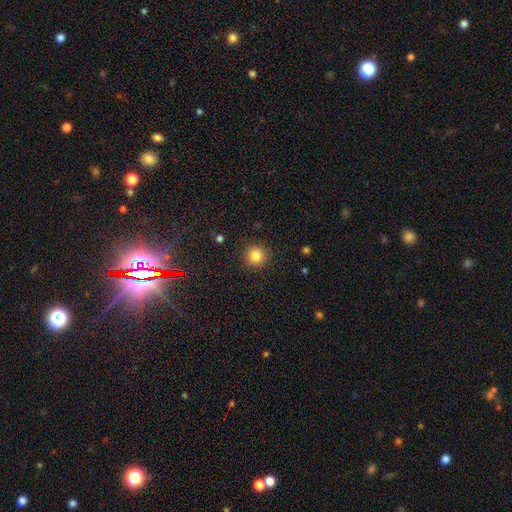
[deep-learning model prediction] smooth_or_featured: smooth (p=0.83) [alt: star or artifact p=0.11]
how_rounded: round (p=0.94) [alt: in between p=0.05]
merging: none (p=0.91) [alt: minor disturbance p=0.06]